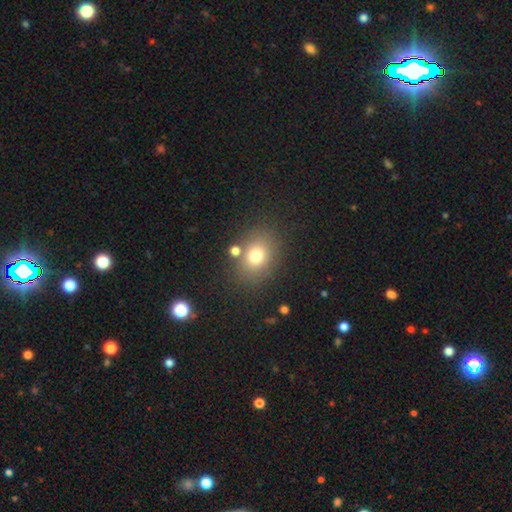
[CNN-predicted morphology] Q: Smooth or featured?
A: smooth (74%); runner-up: star or artifact (14%)
Q: How rounded?
A: in between (51%); runner-up: round (48%)
Q: Merging?
A: none (75%); runner-up: minor disturbance (11%)